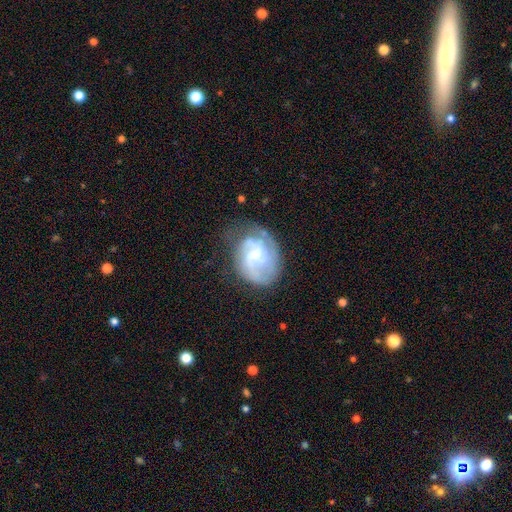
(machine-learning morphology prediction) type=featured or disk (77%); edge-on=no (98%); bar=no (50%); spiral arms=yes (91%); winding=medium (44%); arm count=2 (41%); bulge=small (54%); merging=none (58%).